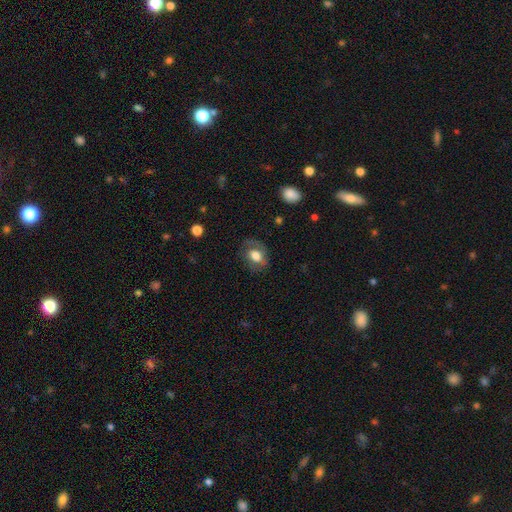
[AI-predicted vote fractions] A smooth galaxy with no disk features (60%) that is in between round and cigar-shaped (70%).

Vote fractions:
- Smooth or featured? smooth: 60% / featured or disk: 32% / star or artifact: 8%
- How rounded? in between: 70% / round: 29% / cigar-shaped: 1%
- Merging? none: 66% / minor disturbance: 21% / major disturbance: 12% / merger: 1%